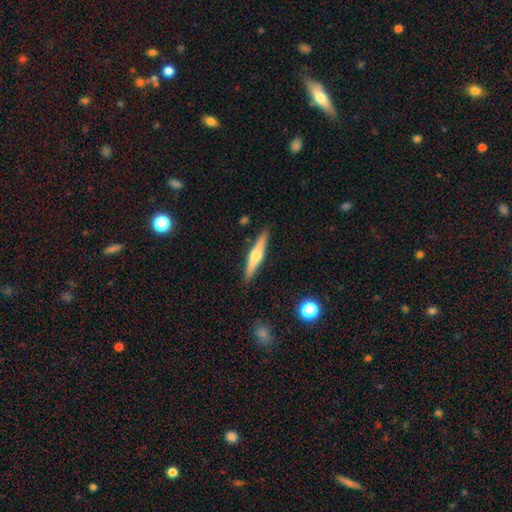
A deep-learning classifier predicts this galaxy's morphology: Overall: featured or disk (61%; smooth 34%). Edge-on disk: yes (97%). Edge-on bulge: rounded (89%). Merging: none (89%).